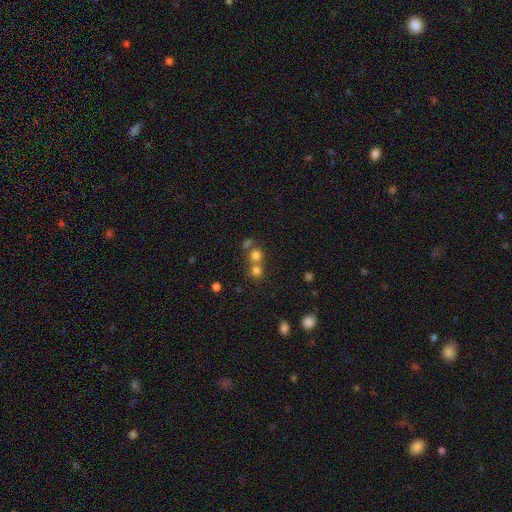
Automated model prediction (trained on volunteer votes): smooth_or_featured: smooth (p=0.72) [alt: star or artifact p=0.18]
how_rounded: round (p=0.86) [alt: in between p=0.13]
merging: none (p=0.48) [alt: merger p=0.43]